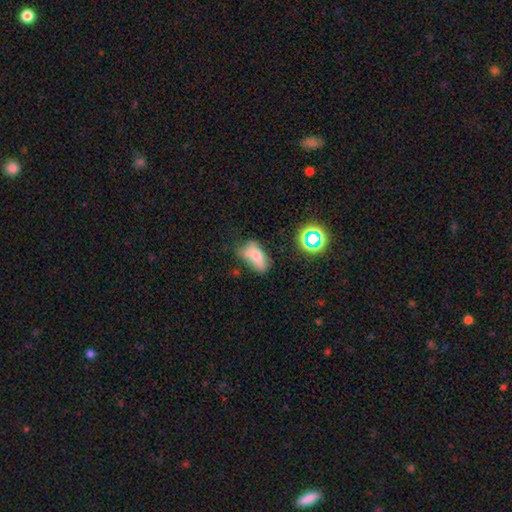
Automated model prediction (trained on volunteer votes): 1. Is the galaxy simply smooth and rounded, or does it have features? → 65% smooth, 21% featured or disk, 14% star or artifact.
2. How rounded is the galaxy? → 87% in between, 7% round, 6% cigar-shaped.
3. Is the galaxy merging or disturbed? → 37% none, 34% minor disturbance, 21% major disturbance, 8% merger.